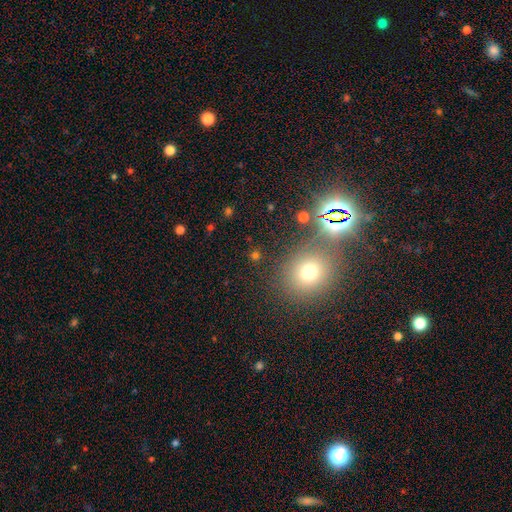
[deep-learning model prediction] Q: Smooth or featured?
A: smooth (55%); runner-up: star or artifact (36%)
Q: How rounded?
A: round (81%); runner-up: in between (16%)
Q: Merging?
A: none (83%); runner-up: minor disturbance (8%)